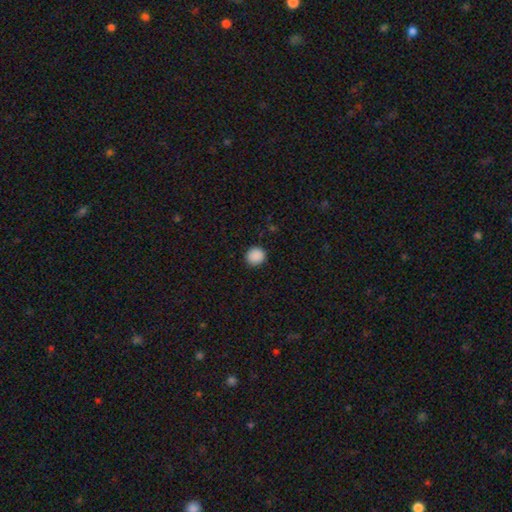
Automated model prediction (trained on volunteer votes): Smooth or featured?
  - smooth: 89% *
  - star or artifact: 9%
  - featured or disk: 2%
How rounded?
  - round: 87% *
  - in between: 12%
  - cigar-shaped: 1%
Merging?
  - none: 91% *
  - minor disturbance: 6%
  - major disturbance: 2%
  - merger: 1%